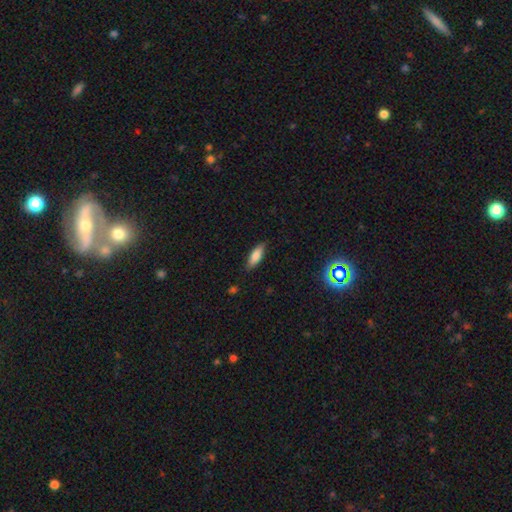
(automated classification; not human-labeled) smooth-or-featured: smooth: 79% | featured or disk: 13% | star or artifact: 7%
  how-rounded: in between: 63% | cigar-shaped: 35% | round: 2%
  merging: none: 84% | minor disturbance: 13% | major disturbance: 2% | merger: 1%